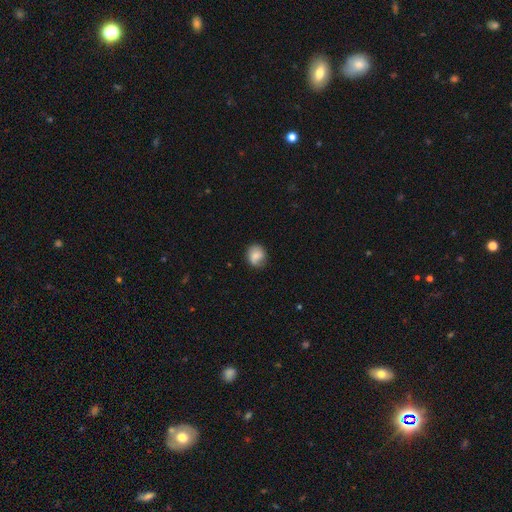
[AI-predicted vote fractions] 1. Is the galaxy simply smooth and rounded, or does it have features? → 76% smooth, 16% featured or disk, 8% star or artifact.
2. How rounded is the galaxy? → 71% round, 28% in between, 1% cigar-shaped.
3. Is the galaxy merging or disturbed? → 72% none, 22% minor disturbance, 5% major disturbance, 1% merger.